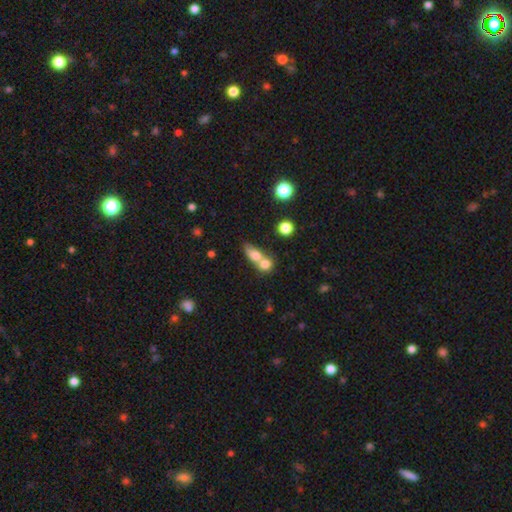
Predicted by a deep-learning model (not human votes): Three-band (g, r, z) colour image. It shows a smooth galaxy with no disk features (73%) that is in between round and cigar-shaped (60%). Merging: merger (65%).